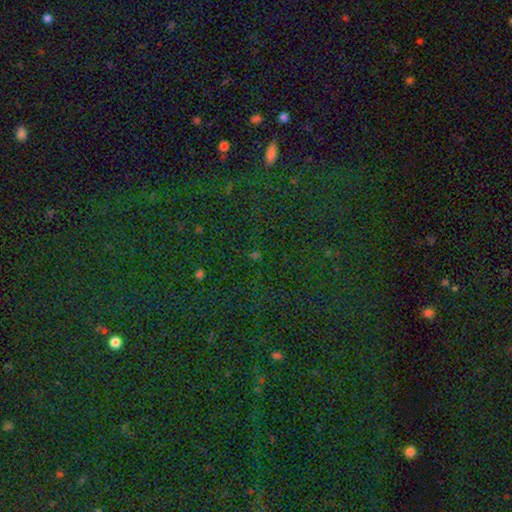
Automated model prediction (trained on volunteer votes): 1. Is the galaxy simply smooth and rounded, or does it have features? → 79% star or artifact, 13% smooth, 7% featured or disk.